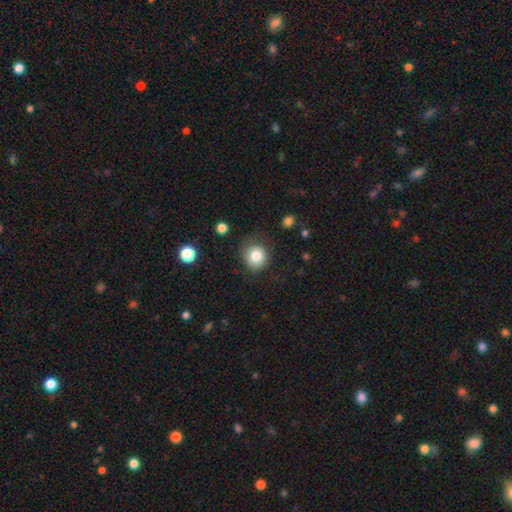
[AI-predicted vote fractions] Q: Smooth or featured?
A: smooth (81%); runner-up: star or artifact (10%)
Q: How rounded?
A: round (83%); runner-up: in between (16%)
Q: Merging?
A: none (72%); runner-up: minor disturbance (19%)